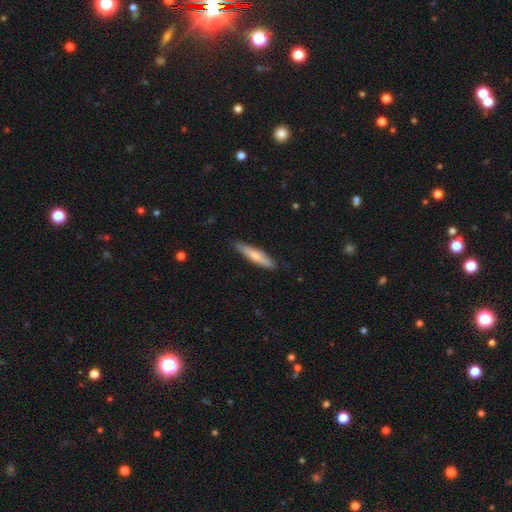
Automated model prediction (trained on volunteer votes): smooth-or-featured: smooth: 67% | featured or disk: 28% | star or artifact: 5%
  how-rounded: cigar-shaped: 87% | in between: 12% | round: 1%
  merging: none: 86% | minor disturbance: 11% | major disturbance: 2% | merger: 1%